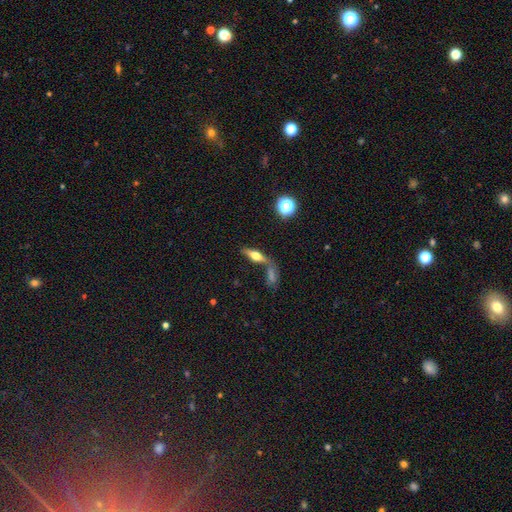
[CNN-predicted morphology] This is possibly a featured or disk galaxy (46%). Merging: possibly none (54%).